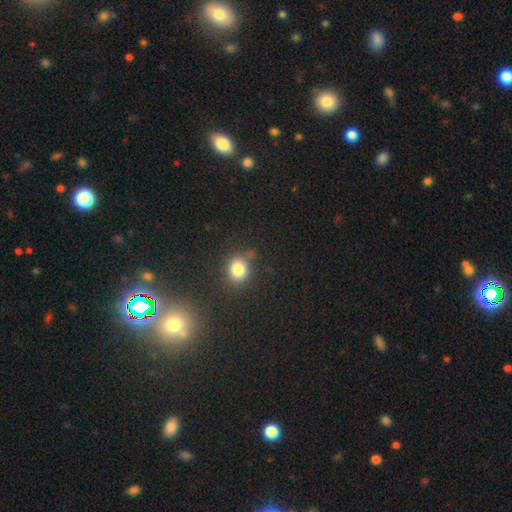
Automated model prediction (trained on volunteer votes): star or artifact 53%, smooth 40%, featured or disk 7%.